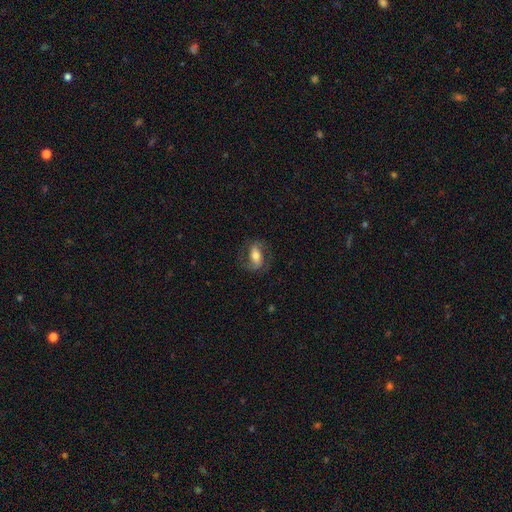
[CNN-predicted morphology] Smooth or featured? featured or disk (56%)
Edge-on disk? no (92%)
Bar? strong (40%)
Spiral arms? yes (84%)
Bulge size? moderate (59%)
Merging? none (70%)